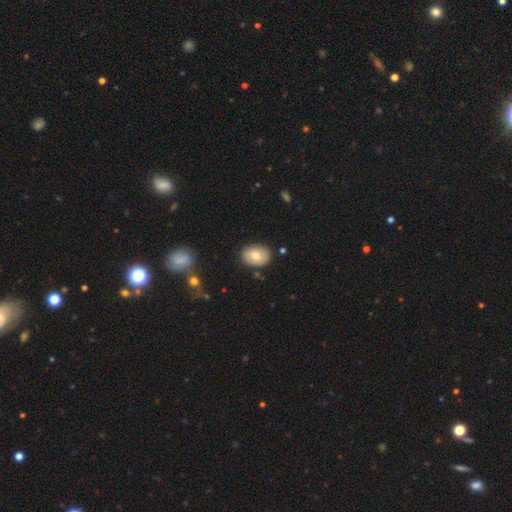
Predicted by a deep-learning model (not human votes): A smooth galaxy with no disk features (72%) that is in between round and cigar-shaped (77%). Merging: none (83%).